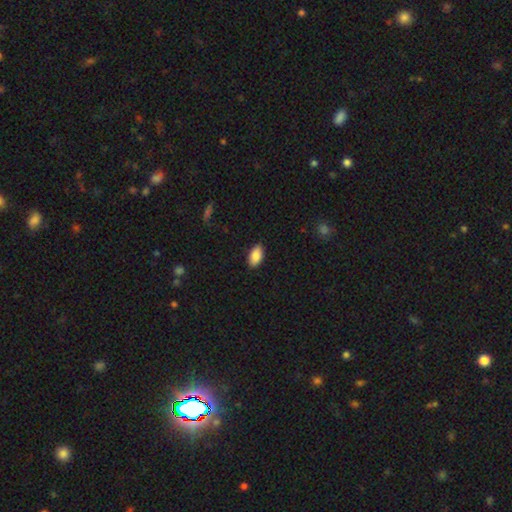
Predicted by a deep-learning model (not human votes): This is clearly a smooth galaxy (88%). How rounded: clearly in between (93%). Merging: clearly none (88%).